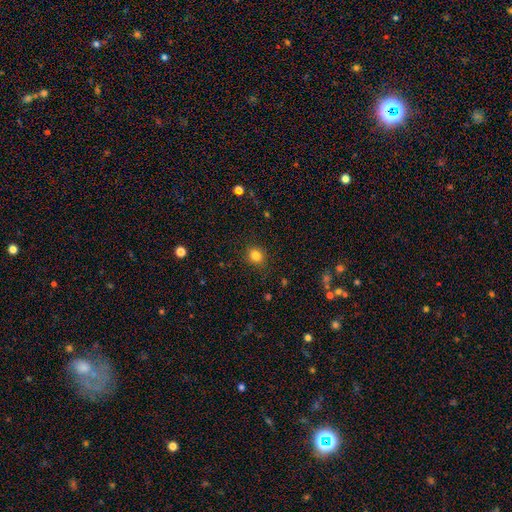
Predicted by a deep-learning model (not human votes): Smooth or featured? Predicted: smooth (p=0.83). How rounded? Predicted: round (p=0.74). Merging? Predicted: none (p=0.86).